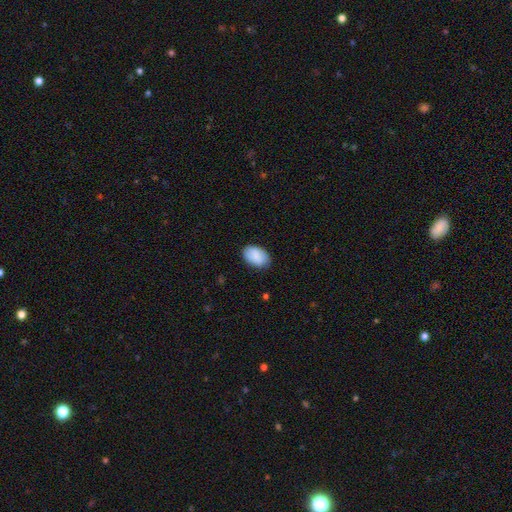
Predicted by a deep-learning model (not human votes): smooth 87%, featured or disk 7%, star or artifact 6%. Down the decision tree: how rounded — in between (90%); merging — none (80%).